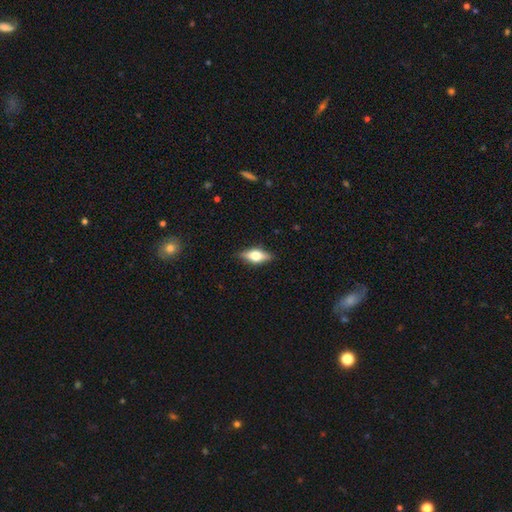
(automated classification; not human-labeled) Overall: featured or disk (48%; smooth 45%). Merging: none (87%).